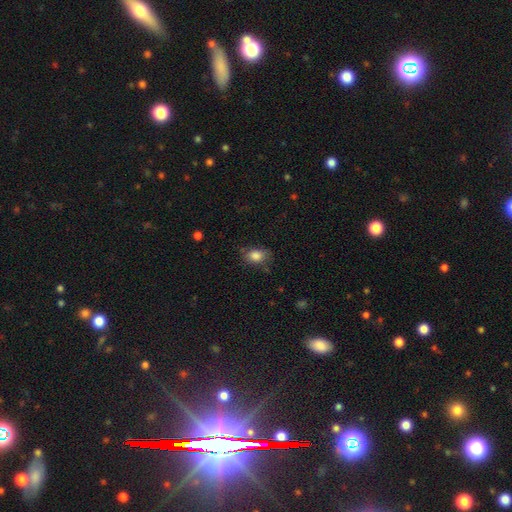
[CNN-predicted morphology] The model was most divided on "how rounded": in between: 67%, round: 32%, cigar-shaped: 1%. More confident: smooth or featured — smooth (84%); merging — none (66%).